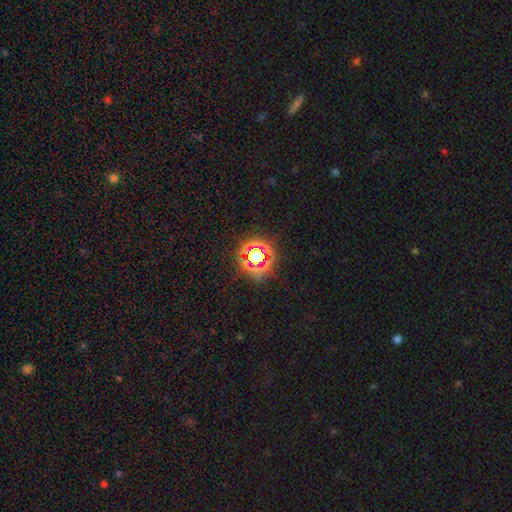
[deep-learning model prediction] A star or artifact, not a galaxy (66%).

Vote fractions:
- Smooth or featured? star or artifact: 66% / smooth: 23% / featured or disk: 11%